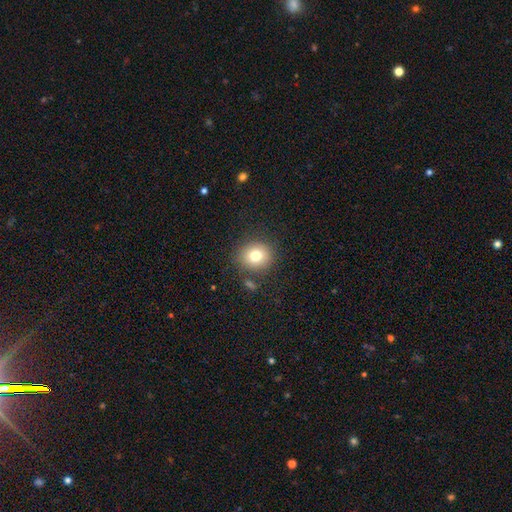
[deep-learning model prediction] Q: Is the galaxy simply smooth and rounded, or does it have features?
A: smooth — 77%.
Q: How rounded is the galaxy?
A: round — 82%.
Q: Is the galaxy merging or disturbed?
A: none — 82%.